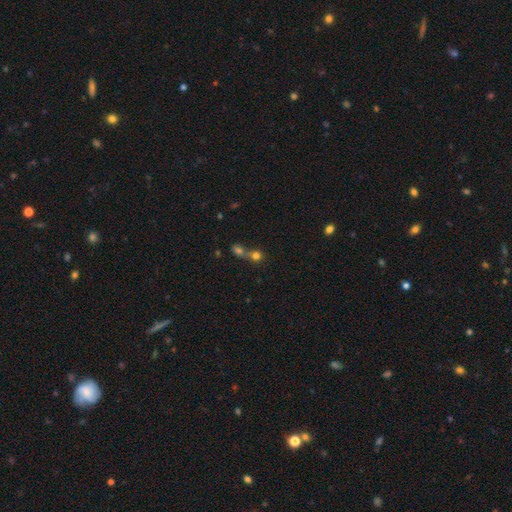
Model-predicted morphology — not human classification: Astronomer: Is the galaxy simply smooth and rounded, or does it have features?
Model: smooth — 74%.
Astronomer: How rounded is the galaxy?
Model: round — 81%.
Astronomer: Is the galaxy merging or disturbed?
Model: merger — 60%.